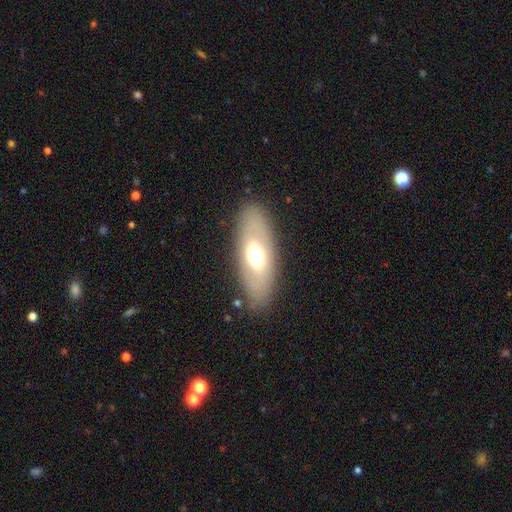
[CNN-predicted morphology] Overall: smooth (54%; featured or disk 38%). How rounded: in between (78%). Merging: none (84%).